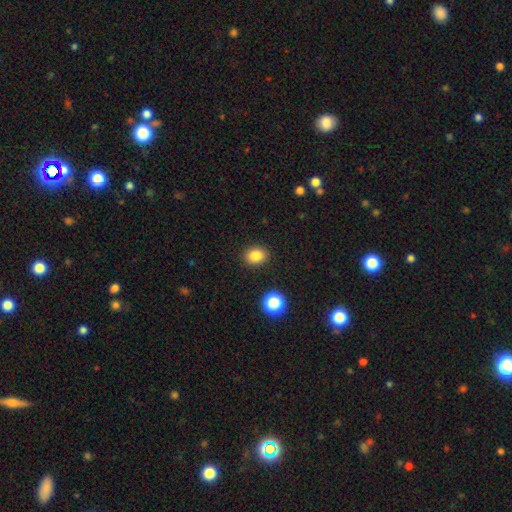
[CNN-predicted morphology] smooth-or-featured: smooth: 83% | star or artifact: 12% | featured or disk: 5%
  how-rounded: round: 52% | in between: 47% | cigar-shaped: 1%
  merging: none: 89% | minor disturbance: 7% | major disturbance: 2% | merger: 2%